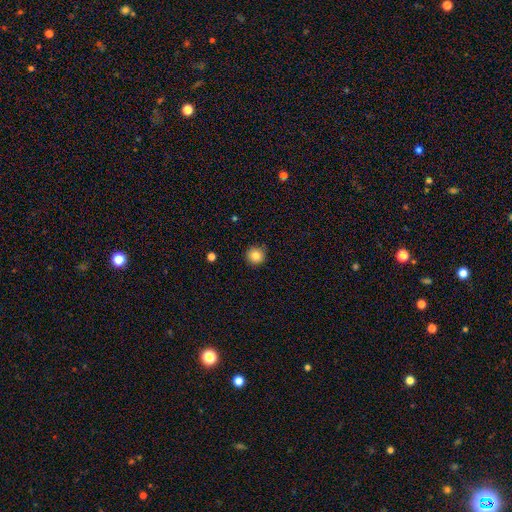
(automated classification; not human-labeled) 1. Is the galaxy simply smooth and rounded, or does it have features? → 82% smooth, 11% star or artifact, 7% featured or disk.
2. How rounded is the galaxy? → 95% round, 4% in between, 1% cigar-shaped.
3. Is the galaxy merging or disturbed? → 87% none, 10% minor disturbance, 2% major disturbance, 1% merger.